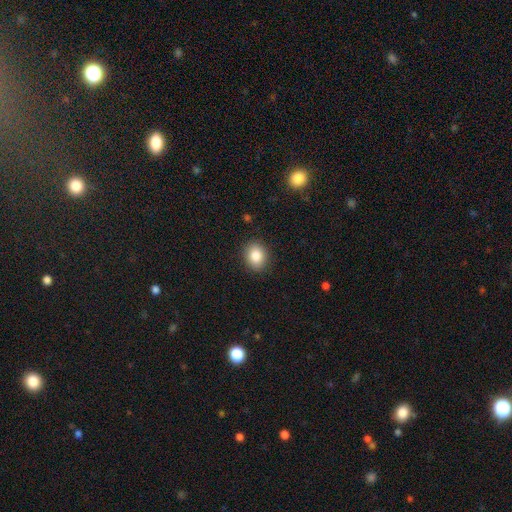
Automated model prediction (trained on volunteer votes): A smooth galaxy with no disk features (85%) that is round (57%). Merging: none (89%).